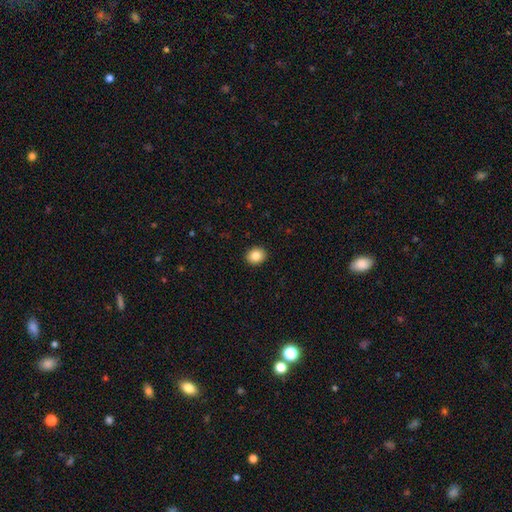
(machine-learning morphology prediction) A smooth galaxy with no disk features (84%) that is round (68%). Merging: none (92%).